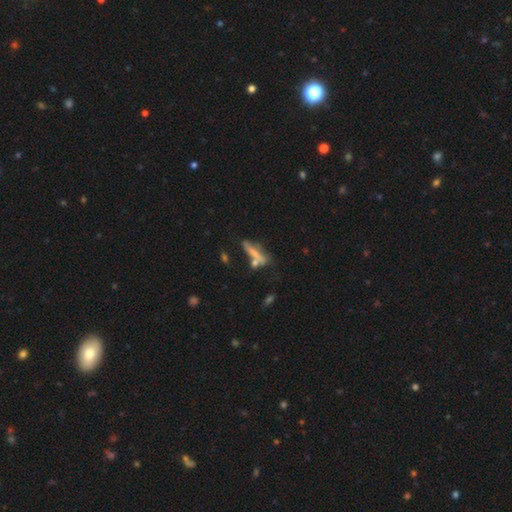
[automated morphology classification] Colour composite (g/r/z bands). It shows a smooth galaxy with no disk features (58%) that is cigar-shaped (77%). Merging: none (46%).